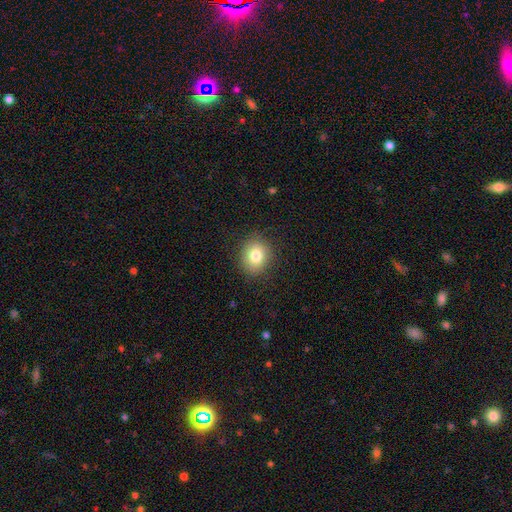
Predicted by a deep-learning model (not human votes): This is clearly a smooth galaxy (80%). How rounded: likely round (66%). Merging: clearly none (87%).